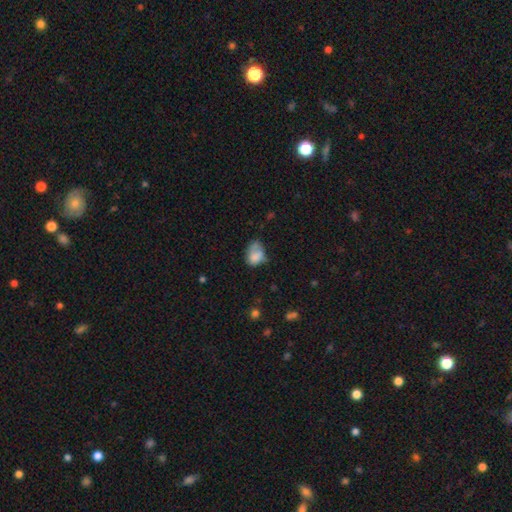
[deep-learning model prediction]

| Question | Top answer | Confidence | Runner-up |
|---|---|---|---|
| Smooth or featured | smooth | 74% | featured or disk (16%) |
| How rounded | in between | 74% | round (25%) |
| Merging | minor disturbance | 37% | none (33%) |